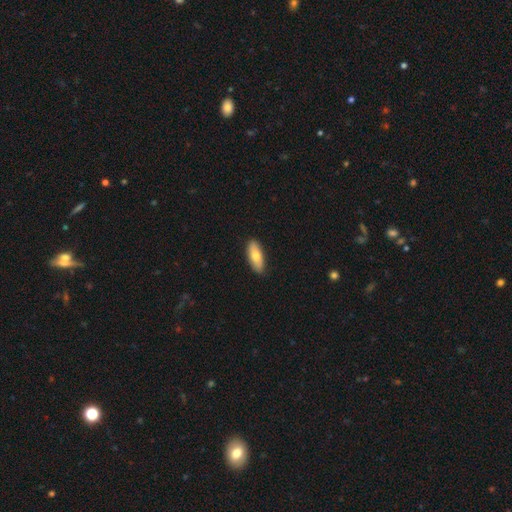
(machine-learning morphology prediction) A smooth galaxy with no disk features (73%) that is in between round and cigar-shaped (74%).

Vote fractions:
- Smooth or featured? smooth: 73% / featured or disk: 21% / star or artifact: 6%
- How rounded? in between: 74% / cigar-shaped: 24% / round: 2%
- Merging? none: 89% / minor disturbance: 9% / major disturbance: 2% / merger: 1%